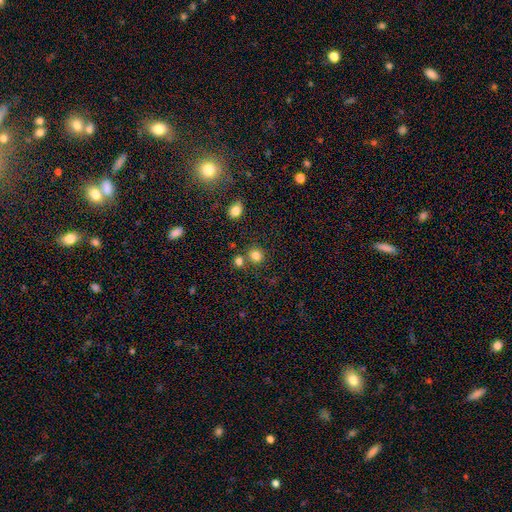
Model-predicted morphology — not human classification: type=smooth (81%); roundness=round (88%); merging=none (72%).